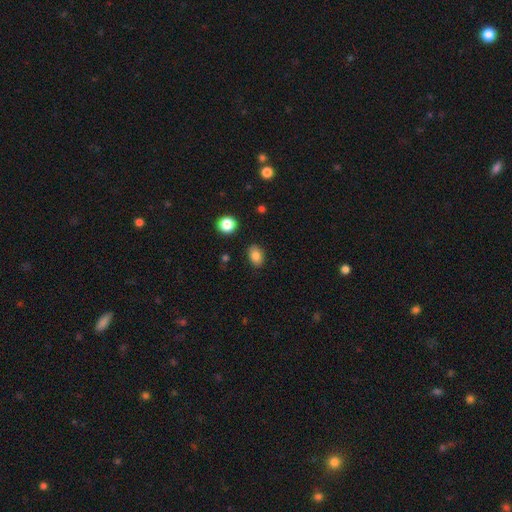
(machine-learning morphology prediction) This is clearly a smooth galaxy (84%). How rounded: likely in between (76%). Merging: clearly none (85%).